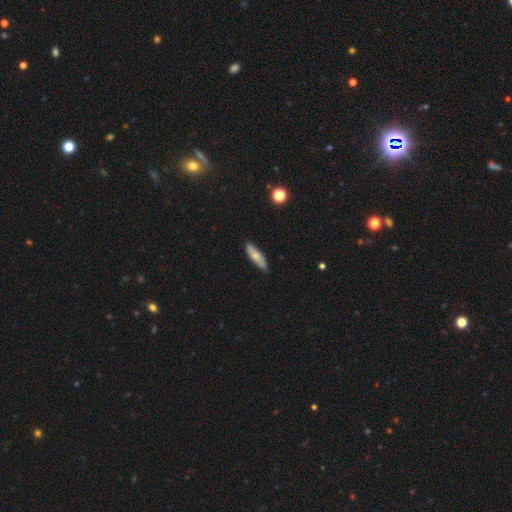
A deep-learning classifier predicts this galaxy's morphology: A smooth galaxy with no disk features (68%) that is cigar-shaped (63%). Merging: none (85%).